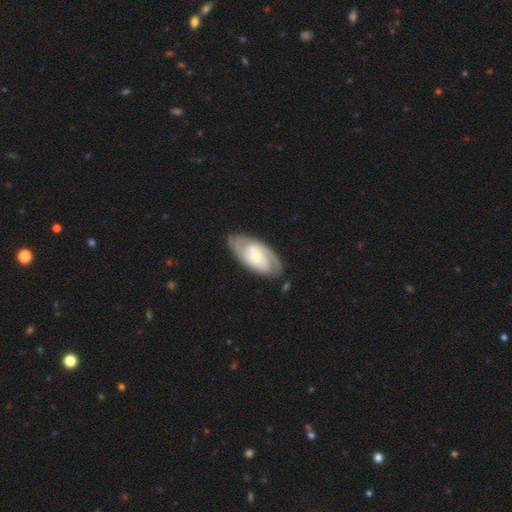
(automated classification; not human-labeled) Q: Smooth or featured?
A: featured or disk (75%); runner-up: smooth (20%)
Q: Edge-on disk?
A: no (94%); runner-up: yes (6%)
Q: Bar?
A: no (51%); runner-up: weak (38%)
Q: Spiral arms?
A: yes (91%); runner-up: no (9%)
Q: Spiral winding?
A: tight (53%); runner-up: medium (36%)
Q: Spiral arm count?
A: 2 (62%); runner-up: can't tell (20%)
Q: Bulge size?
A: small (54%); runner-up: moderate (41%)
Q: Merging?
A: none (78%); runner-up: minor disturbance (16%)